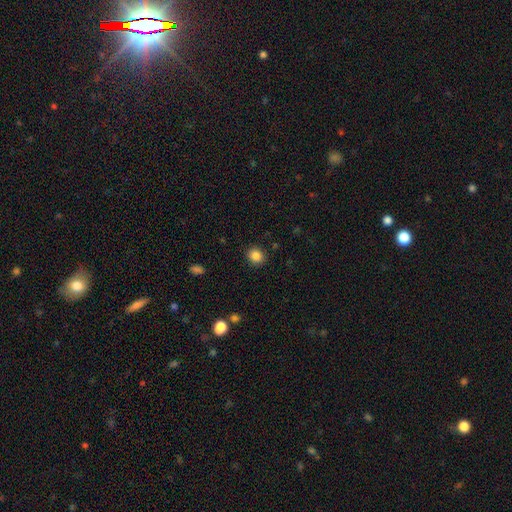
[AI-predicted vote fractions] smooth 86%, star or artifact 11%, featured or disk 4%. Down the decision tree: how rounded — round (78%); merging — none (90%).